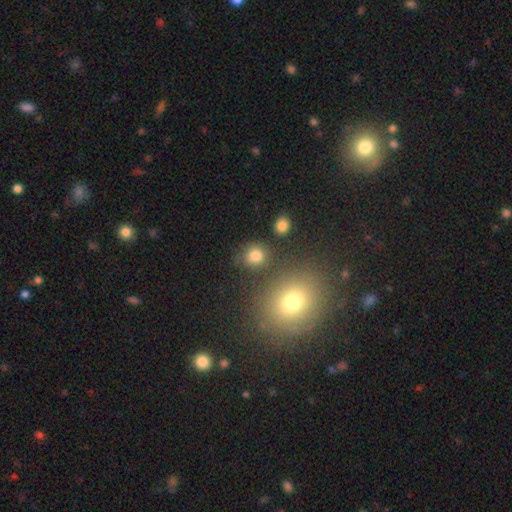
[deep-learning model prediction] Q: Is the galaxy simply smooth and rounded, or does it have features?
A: smooth — 80%.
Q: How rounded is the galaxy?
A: round — 80%.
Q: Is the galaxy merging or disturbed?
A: none — 76%.